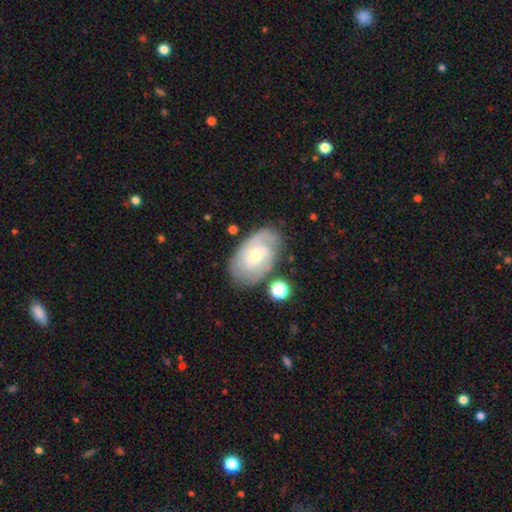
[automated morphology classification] type=featured or disk (79%); edge-on=no (96%); bar=no (57%); spiral arms=yes (94%); winding=tight (51%); arm count=2 (50%); bulge=small (52%); merging=none (73%).